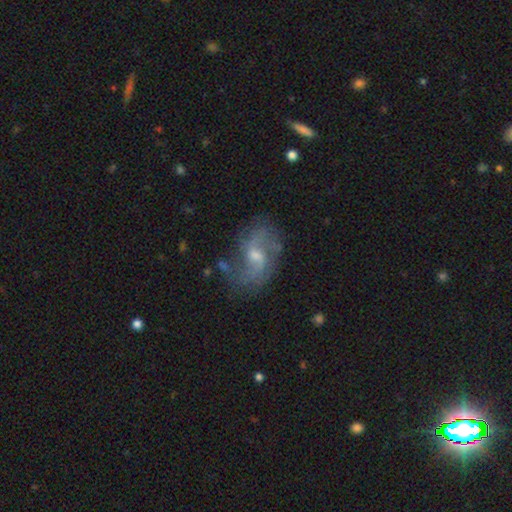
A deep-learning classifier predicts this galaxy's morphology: A featured or disk galaxy (79%) with a weak bar (54%), 2 (74%) loose (52%) spiral arms (90%) and a small central bulge (46%). Merging: none (66%).